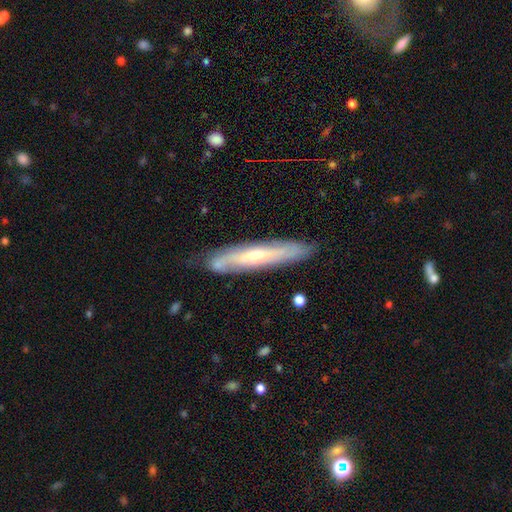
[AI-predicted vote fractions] A featured or disk galaxy (66%) viewed edge-on (62%).

Vote fractions:
- Smooth or featured? featured or disk: 66% / smooth: 28% / star or artifact: 6%
- Edge-on disk? yes: 62% / no: 38%
- Merging? none: 81% / minor disturbance: 15% / major disturbance: 3% / merger: 2%